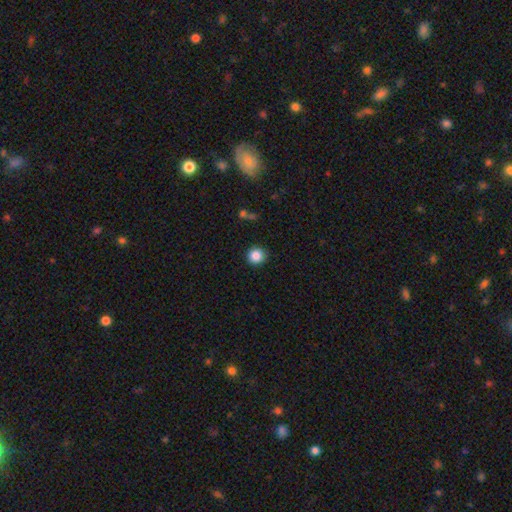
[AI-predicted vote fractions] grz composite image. It shows a smooth galaxy with no disk features (86%) that is round (94%). Merging: none (91%).